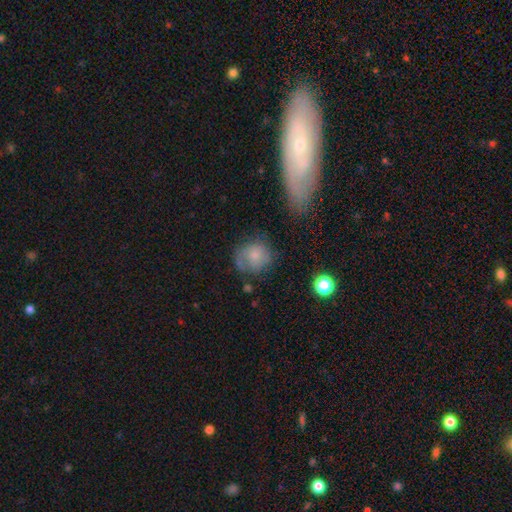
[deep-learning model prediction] smooth-or-featured: smooth: 66% | featured or disk: 24% | star or artifact: 10%
  how-rounded: round: 81% | in between: 18% | cigar-shaped: 1%
  merging: none: 59% | minor disturbance: 24% | major disturbance: 13% | merger: 4%